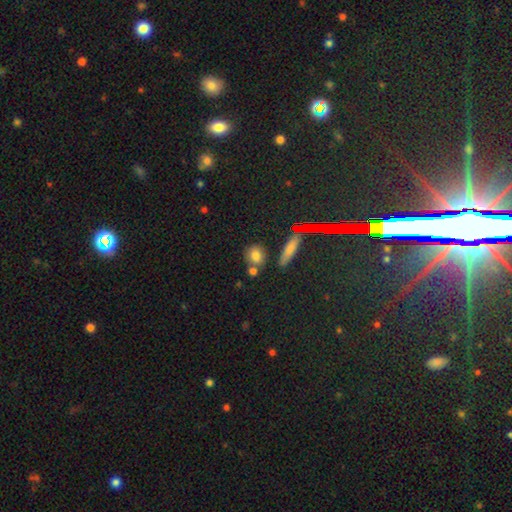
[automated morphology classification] Smooth or featured? smooth (75%)
How rounded? round (56%)
Merging? none (66%)